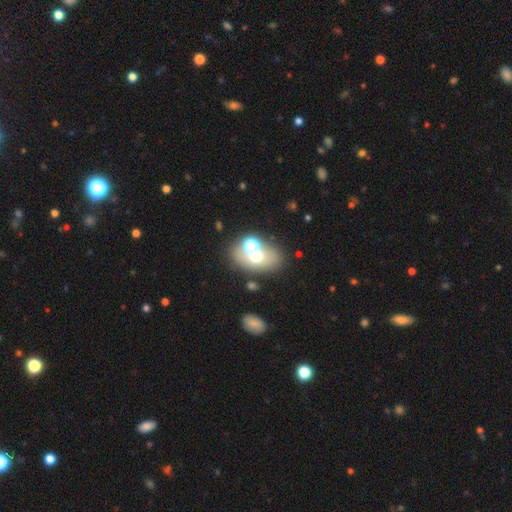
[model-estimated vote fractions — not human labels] smooth 57%, featured or disk 27%, star or artifact 16%. Down the decision tree: how rounded — in between (68%); merging — none (59%).